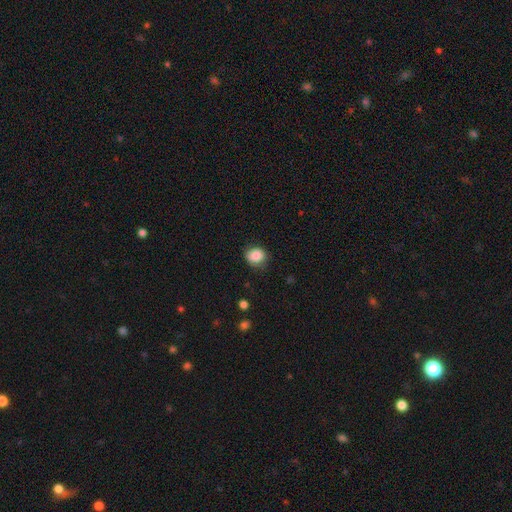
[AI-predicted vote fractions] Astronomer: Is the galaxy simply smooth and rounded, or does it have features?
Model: smooth — 86%.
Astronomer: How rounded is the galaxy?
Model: round — 71%.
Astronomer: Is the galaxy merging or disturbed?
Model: none — 73%.